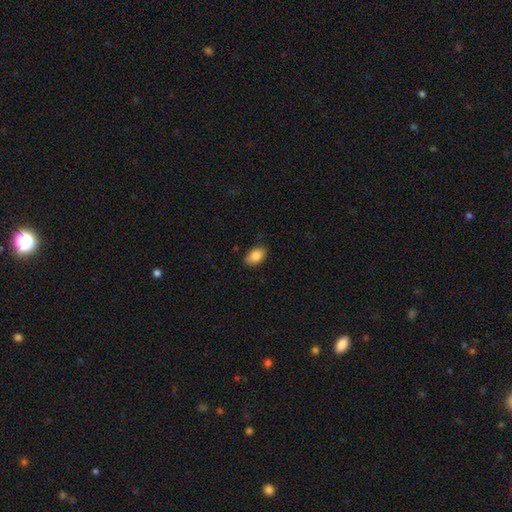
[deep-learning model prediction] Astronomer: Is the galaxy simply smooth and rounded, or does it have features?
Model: smooth — 85%.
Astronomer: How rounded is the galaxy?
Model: in between — 87%.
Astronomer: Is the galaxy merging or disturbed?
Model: none — 81%.